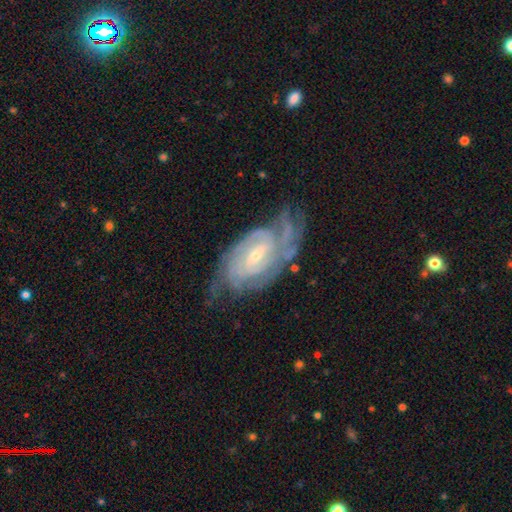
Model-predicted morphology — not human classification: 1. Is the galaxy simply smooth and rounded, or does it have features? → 89% featured or disk, 6% smooth, 5% star or artifact.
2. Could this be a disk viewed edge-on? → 96% no, 4% yes.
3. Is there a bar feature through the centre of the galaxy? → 47% weak, 31% no, 22% strong.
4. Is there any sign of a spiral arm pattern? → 97% yes, 3% no.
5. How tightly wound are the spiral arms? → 67% tight, 28% medium, 5% loose.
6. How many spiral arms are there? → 25% can't tell, 23% 3, 21% 2, 20% 4, 6% more than 4, 6% 1.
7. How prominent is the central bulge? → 69% small, 27% moderate, 1% none, 1% large, 1% dominant.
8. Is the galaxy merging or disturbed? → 66% none, 22% minor disturbance, 10% major disturbance, 2% merger.